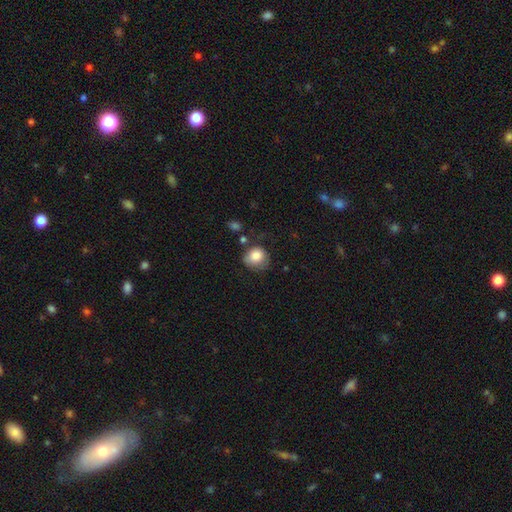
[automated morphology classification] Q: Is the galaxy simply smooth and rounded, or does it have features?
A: smooth — 83%.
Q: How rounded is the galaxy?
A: round — 72%.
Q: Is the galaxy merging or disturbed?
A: none — 52%.